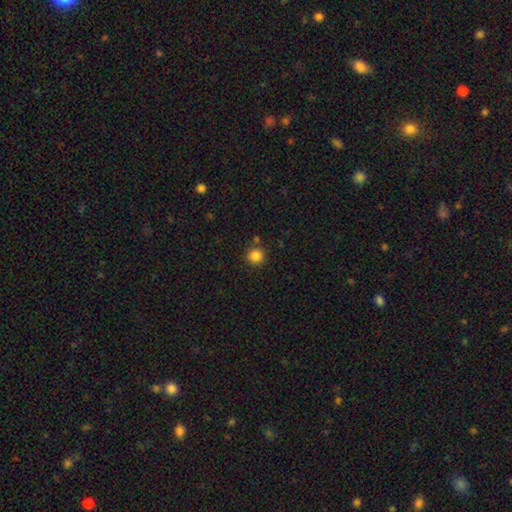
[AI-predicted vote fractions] This is clearly a smooth galaxy (85%). How rounded: clearly round (93%). Merging: clearly none (84%).